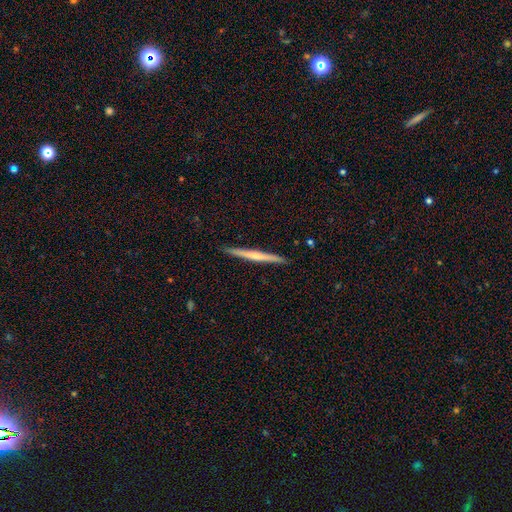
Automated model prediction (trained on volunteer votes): This appears to be a featured or disk galaxy (55%) viewed edge-on (98%) with no central bulge (53%). Merging: none (91%).